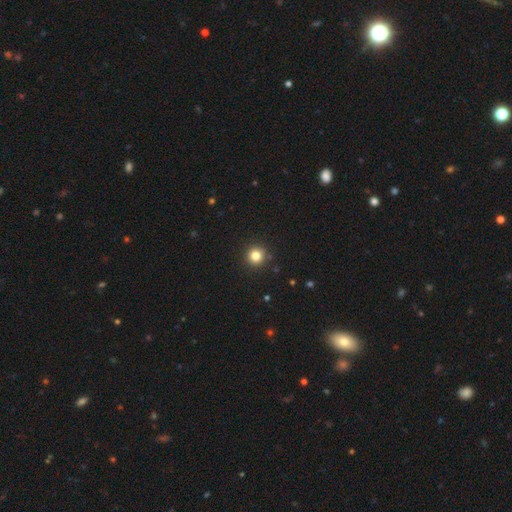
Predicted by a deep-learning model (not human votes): Overall: smooth (82%). How rounded: round (95%). Merging: none (91%).